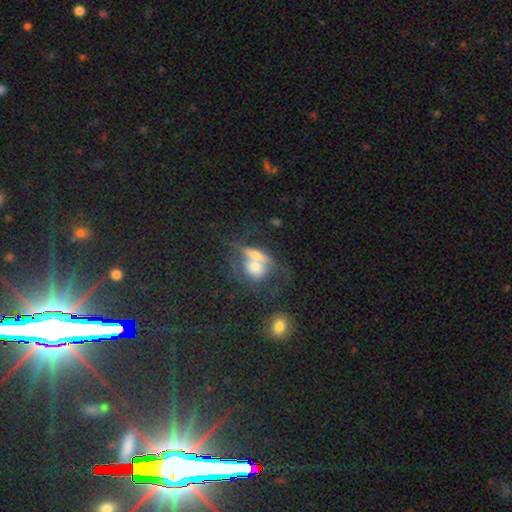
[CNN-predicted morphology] Q: Smooth or featured?
A: smooth (53%); runner-up: featured or disk (34%)
Q: How rounded?
A: in between (45%); runner-up: round (43%)
Q: Merging?
A: merger (53%); runner-up: none (24%)